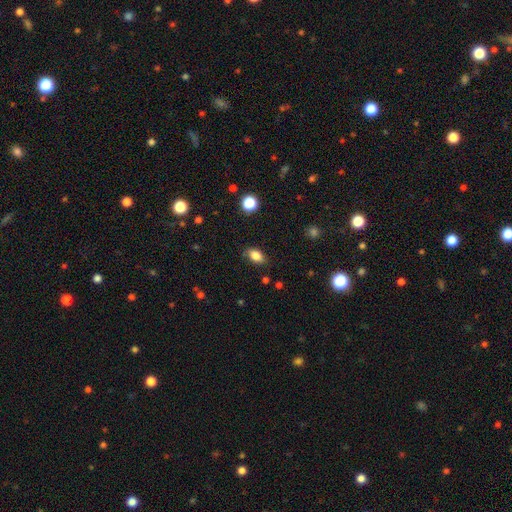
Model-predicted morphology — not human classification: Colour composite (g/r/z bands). It shows a smooth galaxy with no disk features (84%) that is in between round and cigar-shaped (88%). Merging: none (82%).